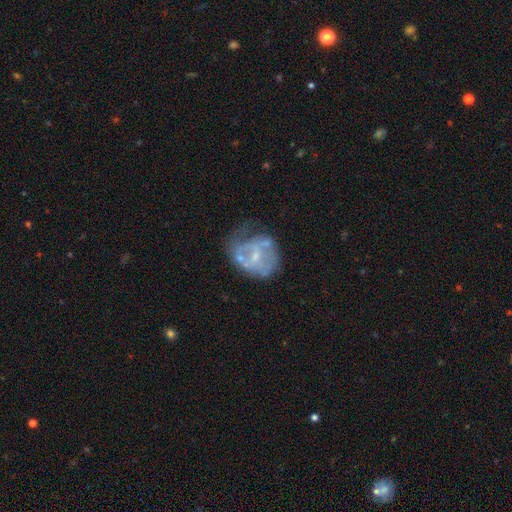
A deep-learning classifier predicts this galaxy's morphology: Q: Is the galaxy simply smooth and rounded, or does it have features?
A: featured or disk — 66%.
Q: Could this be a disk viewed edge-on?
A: no — 98%.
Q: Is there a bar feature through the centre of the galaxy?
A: no — 60%.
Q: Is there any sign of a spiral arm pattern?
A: no — 66%.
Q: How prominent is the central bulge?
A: small — 57%.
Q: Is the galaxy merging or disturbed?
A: none — 33%.